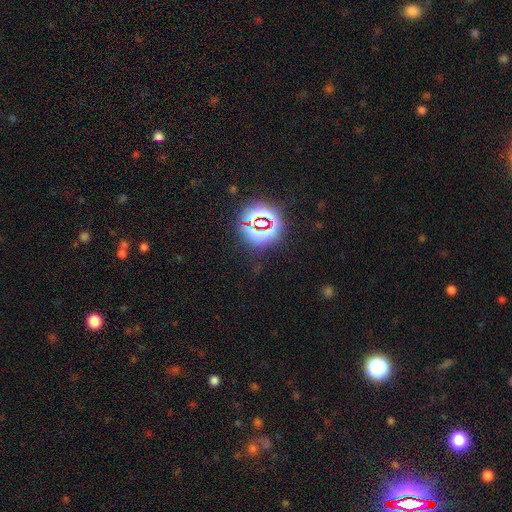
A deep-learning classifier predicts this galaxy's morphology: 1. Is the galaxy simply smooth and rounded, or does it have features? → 77% star or artifact, 15% smooth, 8% featured or disk.